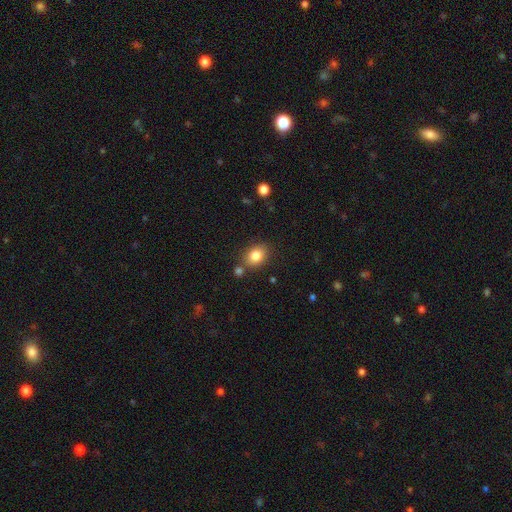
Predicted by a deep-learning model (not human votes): This appears to be a smooth galaxy with no disk features (82%) that is in between round and cigar-shaped (61%). Merging: none (75%).